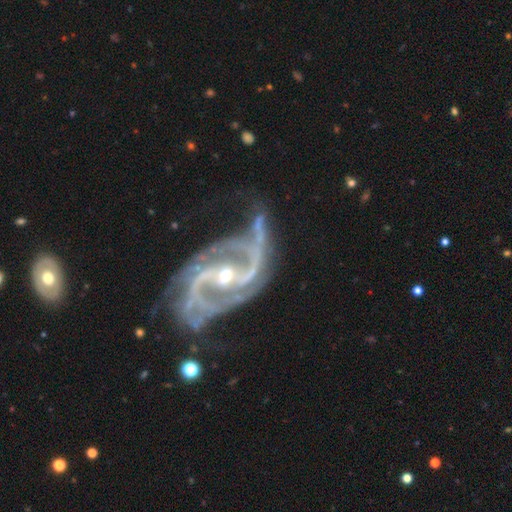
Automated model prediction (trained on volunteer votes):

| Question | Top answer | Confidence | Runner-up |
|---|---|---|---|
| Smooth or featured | featured or disk | 93% | star or artifact (4%) |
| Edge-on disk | no | 97% | yes (3%) |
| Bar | strong | 41% | weak (34%) |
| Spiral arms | yes | 98% | no (2%) |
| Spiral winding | medium | 52% | tight (25%) |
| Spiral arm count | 2 | 61% | 3 (15%) |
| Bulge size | small | 53% | moderate (44%) |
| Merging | none | 49% | minor disturbance (25%) |